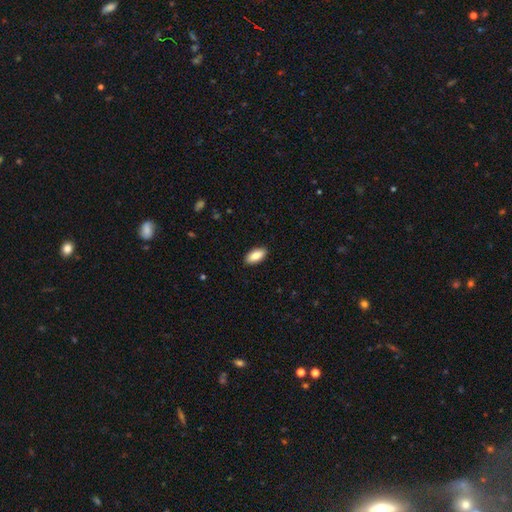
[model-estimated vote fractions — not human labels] Smooth or featured?
  - smooth: 85% *
  - featured or disk: 9%
  - star or artifact: 6%
How rounded?
  - in between: 91% *
  - cigar-shaped: 7%
  - round: 2%
Merging?
  - none: 90% *
  - minor disturbance: 8%
  - major disturbance: 2%
  - merger: 1%